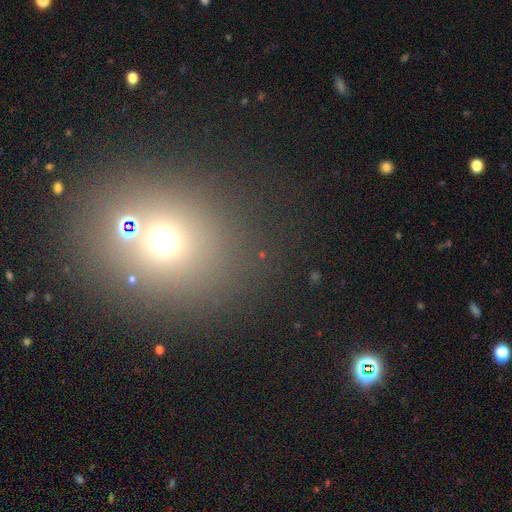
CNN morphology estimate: Smooth or featured: smooth — 58% (star or artifact — 28%)
How rounded: round — 69% (in between — 30%)
Merging: none — 56% (merger — 30%)